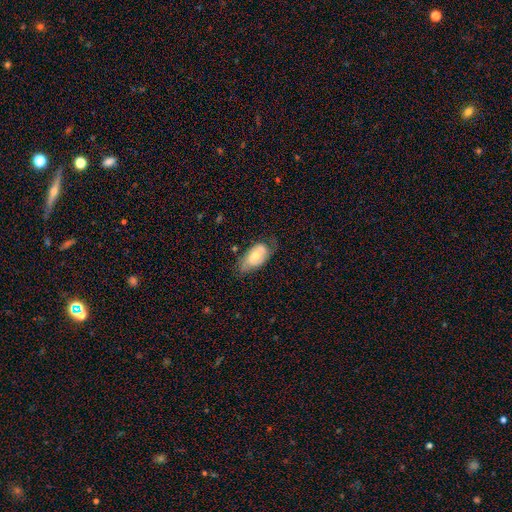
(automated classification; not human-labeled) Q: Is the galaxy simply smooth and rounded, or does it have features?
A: featured or disk — 50%.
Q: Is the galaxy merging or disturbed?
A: none — 56%.